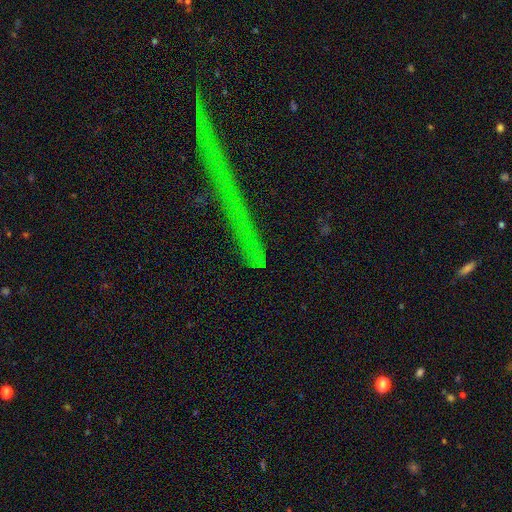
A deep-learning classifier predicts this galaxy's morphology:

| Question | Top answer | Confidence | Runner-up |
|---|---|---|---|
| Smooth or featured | star or artifact | 68% | smooth (18%) |